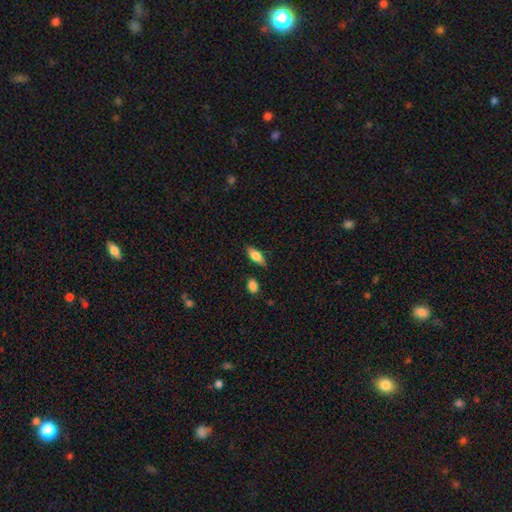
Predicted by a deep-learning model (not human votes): A smooth galaxy with no disk features (70%) that is in between round and cigar-shaped (74%). Merging: none (83%).